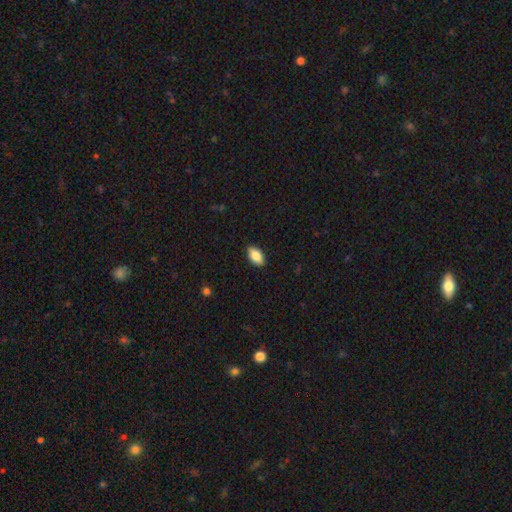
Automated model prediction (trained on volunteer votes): A smooth galaxy with no disk features (81%) that is in between round and cigar-shaped (90%).

Vote fractions:
- Smooth or featured? smooth: 81% / featured or disk: 12% / star or artifact: 7%
- How rounded? in between: 90% / cigar-shaped: 5% / round: 4%
- Merging? none: 88% / minor disturbance: 9% / major disturbance: 2% / merger: 1%